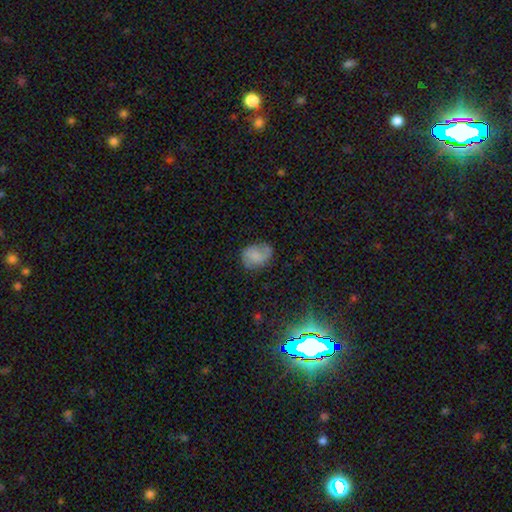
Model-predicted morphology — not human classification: Smooth or featured? Predicted: smooth (p=0.65). How rounded? Predicted: in between (p=0.63). Merging? Predicted: none (p=0.65).